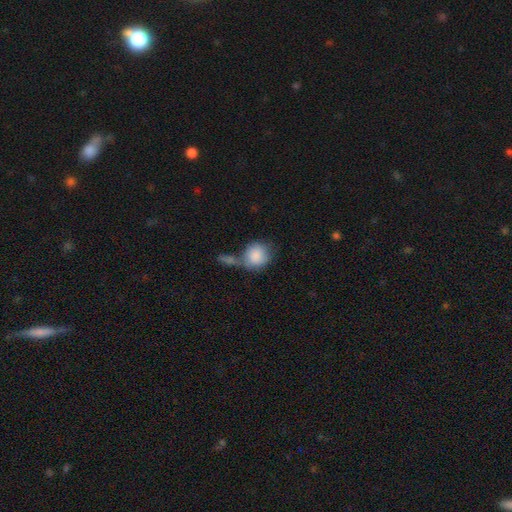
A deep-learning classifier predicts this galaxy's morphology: This is clearly a smooth galaxy (86%). How rounded: likely round (79%). Merging: marginally merger (38%).